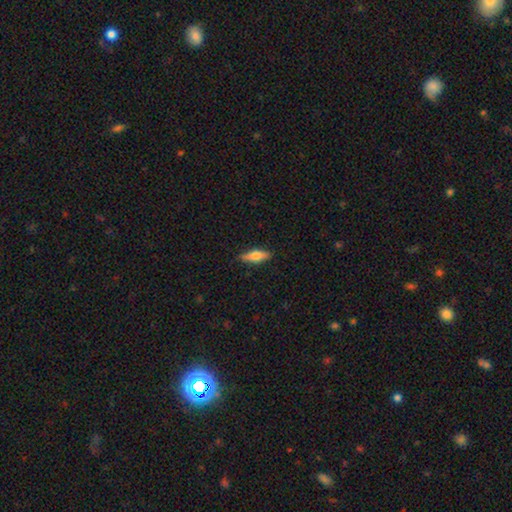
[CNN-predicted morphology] type=smooth (62%); roundness=in between (54%); merging=none (86%).